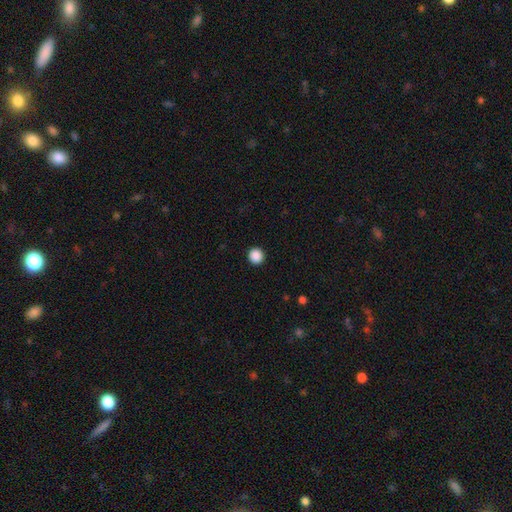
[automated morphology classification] A smooth galaxy with no disk features (89%) that is round (95%).

Vote fractions:
- Smooth or featured? smooth: 89% / star or artifact: 9% / featured or disk: 2%
- How rounded? round: 95% / in between: 4% / cigar-shaped: 1%
- Merging? none: 94% / minor disturbance: 4% / major disturbance: 2% / merger: 1%